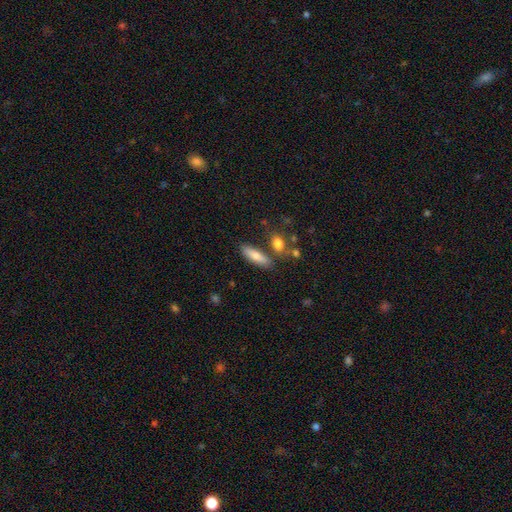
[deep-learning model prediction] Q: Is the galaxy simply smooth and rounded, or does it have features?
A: smooth — 76%.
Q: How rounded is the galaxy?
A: cigar-shaped — 54%.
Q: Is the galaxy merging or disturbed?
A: none — 74%.